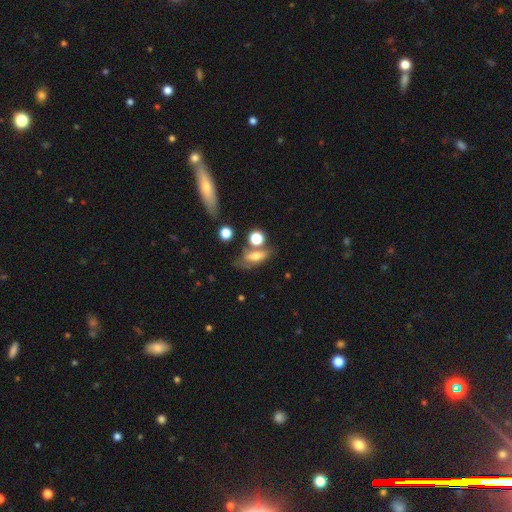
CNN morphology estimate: Overall: smooth (57%; featured or disk 31%). How rounded: in between (64%). Merging: none (46%; minor disturbance 21%).